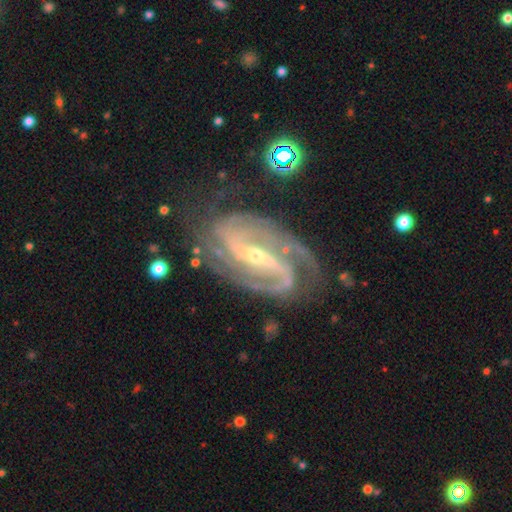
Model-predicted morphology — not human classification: This appears to be a featured or disk galaxy (92%) with a strong bar (63%), 2 (64%) medium (46%) spiral arms (98%) and a small central bulge (68%). Merging: none (72%).